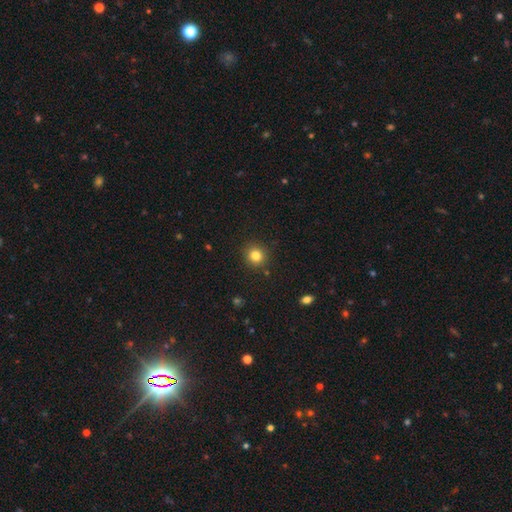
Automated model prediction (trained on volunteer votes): This appears to be a smooth galaxy with no disk features (82%) that is round (90%). Merging: none (89%).